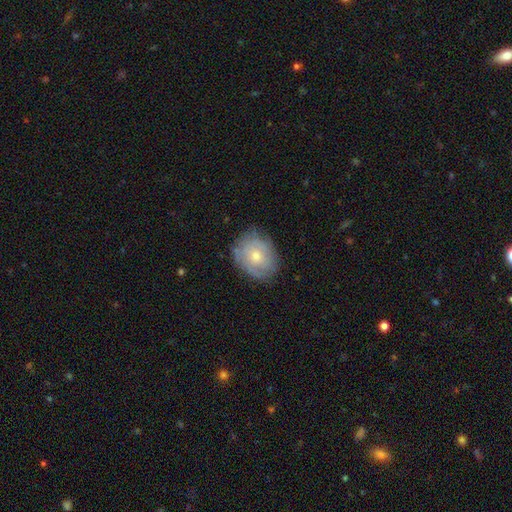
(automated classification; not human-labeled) This appears to be a smooth galaxy with no disk features (50%) that is round (54%). Merging: none (76%).